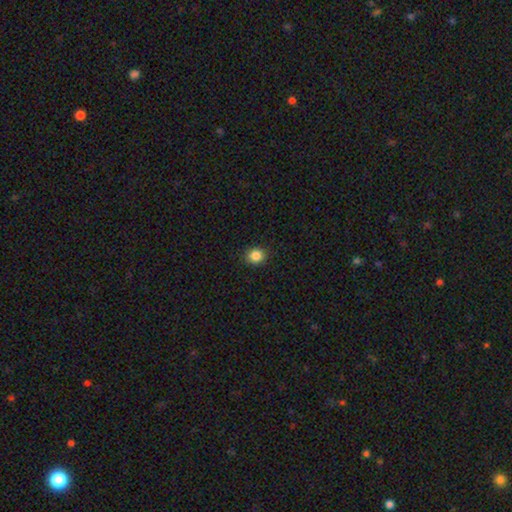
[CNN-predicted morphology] smooth_or_featured: smooth (p=0.85) [alt: star or artifact p=0.11]
how_rounded: round (p=0.80) [alt: in between p=0.19]
merging: none (p=0.91) [alt: minor disturbance p=0.07]